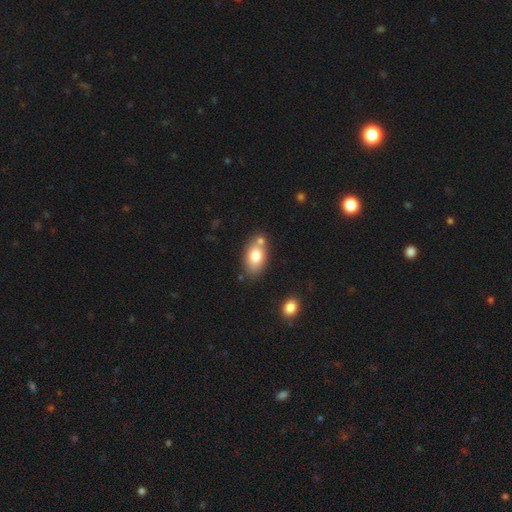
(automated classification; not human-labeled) Smooth or featured? smooth (76%)
How rounded? in between (88%)
Merging? none (63%)